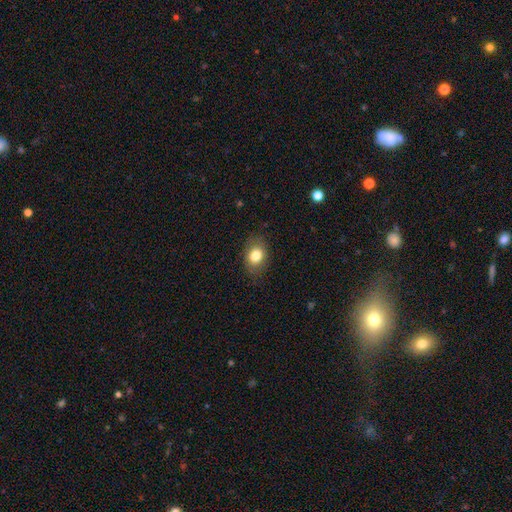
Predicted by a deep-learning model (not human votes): smooth 80%, featured or disk 11%, star or artifact 9%. Down the decision tree: how rounded — in between (68%); merging — none (81%).